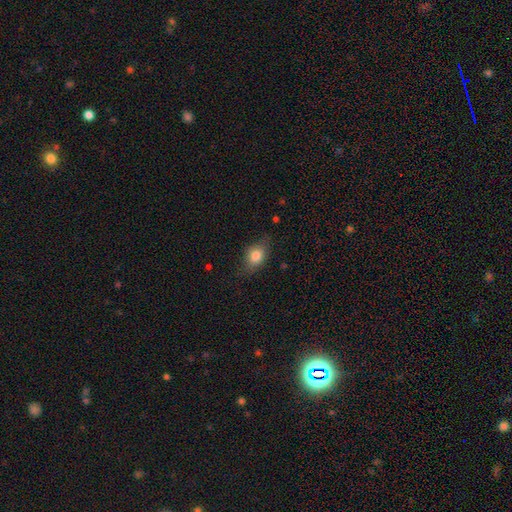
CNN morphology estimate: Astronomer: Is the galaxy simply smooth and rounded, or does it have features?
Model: smooth — 80%.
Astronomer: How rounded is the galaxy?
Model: in between — 75%.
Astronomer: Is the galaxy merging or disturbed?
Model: none — 72%.